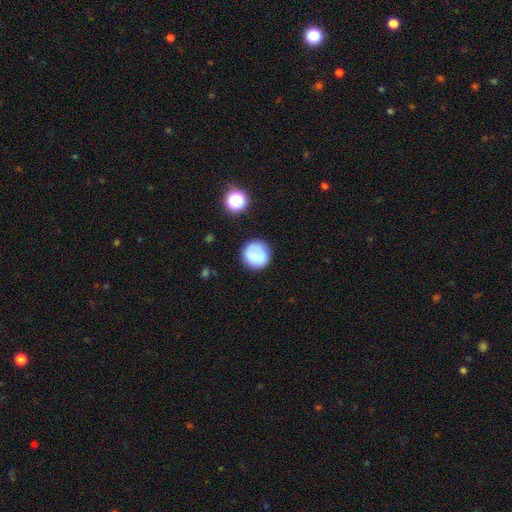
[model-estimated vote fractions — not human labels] This appears to be a smooth galaxy with no disk features (74%) that is round (92%). Merging: none (82%).